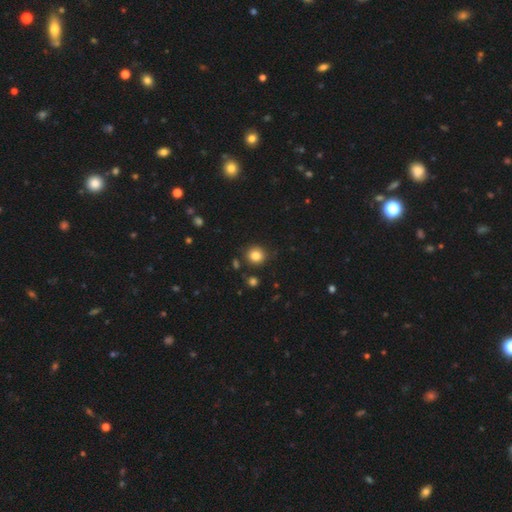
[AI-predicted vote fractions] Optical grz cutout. It shows a smooth galaxy with no disk features (83%) that is round (87%). Merging: none (85%).